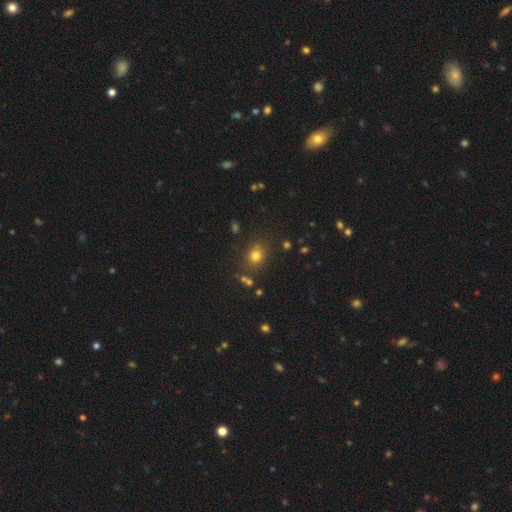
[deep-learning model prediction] smooth_or_featured: smooth (p=0.75) [alt: star or artifact p=0.17]
how_rounded: round (p=0.66) [alt: in between p=0.32]
merging: none (p=0.77) [alt: minor disturbance p=0.13]